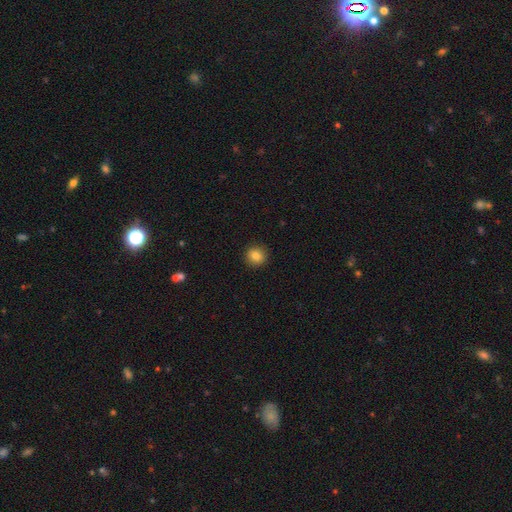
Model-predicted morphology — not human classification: Q: Smooth or featured?
A: smooth (84%); runner-up: star or artifact (10%)
Q: How rounded?
A: round (91%); runner-up: in between (8%)
Q: Merging?
A: none (92%); runner-up: minor disturbance (6%)